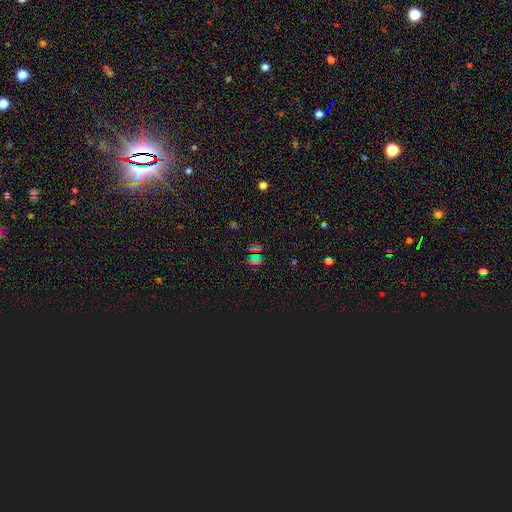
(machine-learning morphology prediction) smooth_or_featured: star or artifact (p=0.50) [alt: smooth p=0.42]